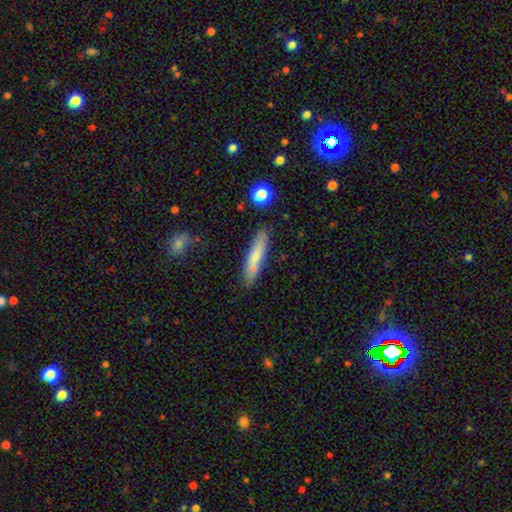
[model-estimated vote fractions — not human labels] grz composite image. It shows a smooth galaxy with no disk features (70%) that is cigar-shaped (87%). Merging: none (79%).